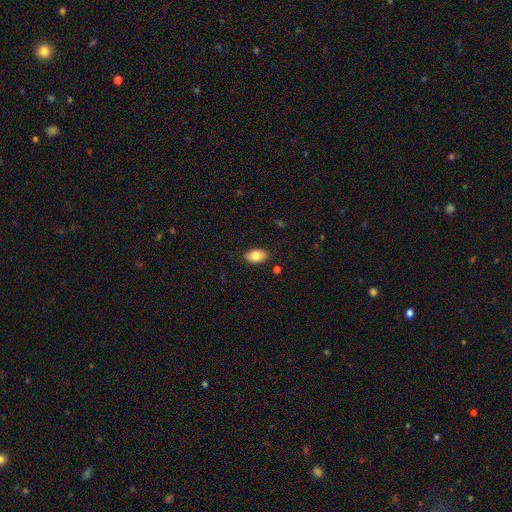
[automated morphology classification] smooth-or-featured: smooth: 82% | featured or disk: 11% | star or artifact: 7%
  how-rounded: in between: 91% | round: 7% | cigar-shaped: 2%
  merging: none: 86% | minor disturbance: 10% | major disturbance: 2% | merger: 1%